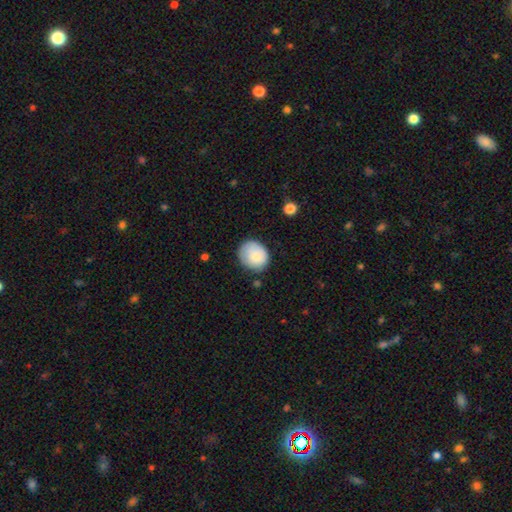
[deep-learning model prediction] smooth_or_featured: smooth (p=0.79) [alt: featured or disk p=0.13]
how_rounded: round (p=0.70) [alt: in between p=0.29]
merging: none (p=0.71) [alt: minor disturbance p=0.22]